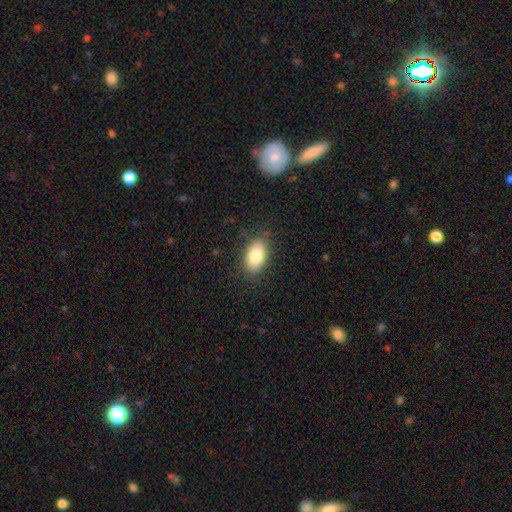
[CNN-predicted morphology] smooth_or_featured: smooth (p=0.84) [alt: featured or disk p=0.08]
how_rounded: in between (p=0.92) [alt: round p=0.05]
merging: none (p=0.84) [alt: minor disturbance p=0.12]